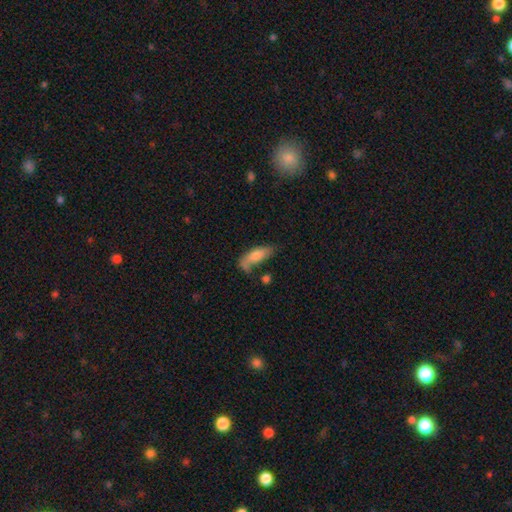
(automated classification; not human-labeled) Smooth or featured: smooth — 70% (featured or disk — 22%)
How rounded: in between — 62% (cigar-shaped — 35%)
Merging: none — 44% (minor disturbance — 27%)